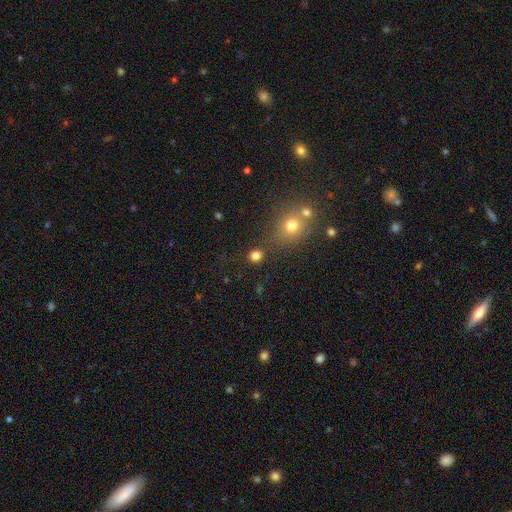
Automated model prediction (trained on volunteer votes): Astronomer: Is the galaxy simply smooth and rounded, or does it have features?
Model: smooth — 79%.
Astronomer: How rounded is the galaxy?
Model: round — 86%.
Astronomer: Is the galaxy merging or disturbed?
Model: none — 78%.